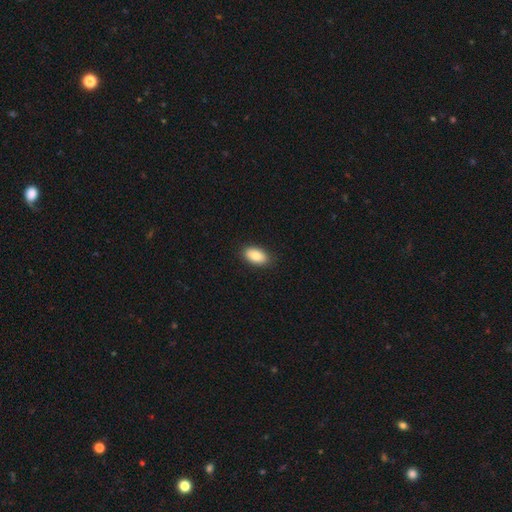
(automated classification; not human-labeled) Morphology: type=smooth (86%); roundness=in between (93%); merging=none (88%).